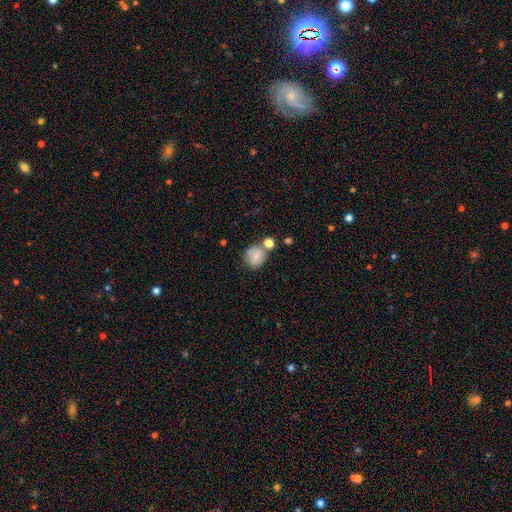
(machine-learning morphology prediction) This is likely a smooth galaxy (69%). How rounded: likely round (71%). Merging: possibly none (50%).